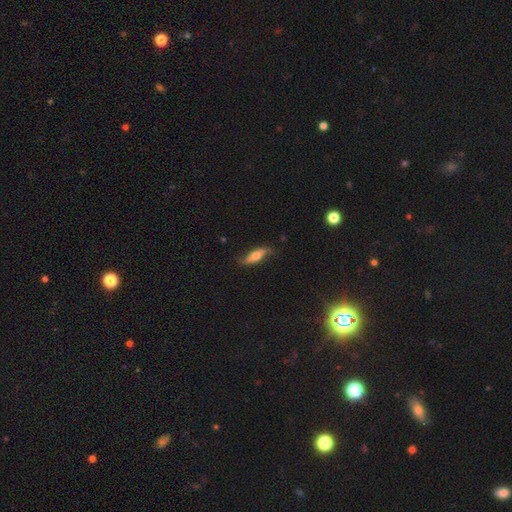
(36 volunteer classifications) This appears to be a smooth galaxy with no disk features (72%) that is in between round and cigar-shaped (69%). Merging: none (69%).